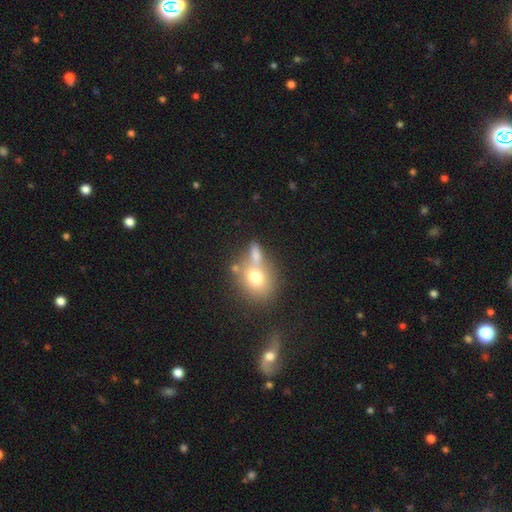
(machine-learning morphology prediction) Smooth or featured?
  - smooth: 71% *
  - featured or disk: 17%
  - star or artifact: 12%
How rounded?
  - in between: 51% *
  - round: 42%
  - cigar-shaped: 7%
Merging?
  - none: 42% *
  - merger: 39%
  - minor disturbance: 12%
  - major disturbance: 7%